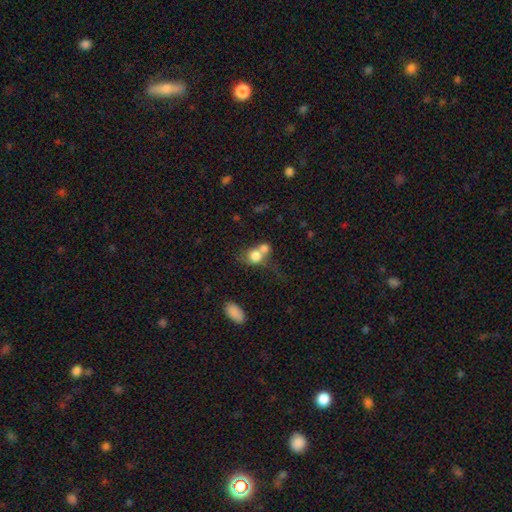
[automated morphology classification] type=smooth (75%); roundness=round (66%); merging=merger (62%).